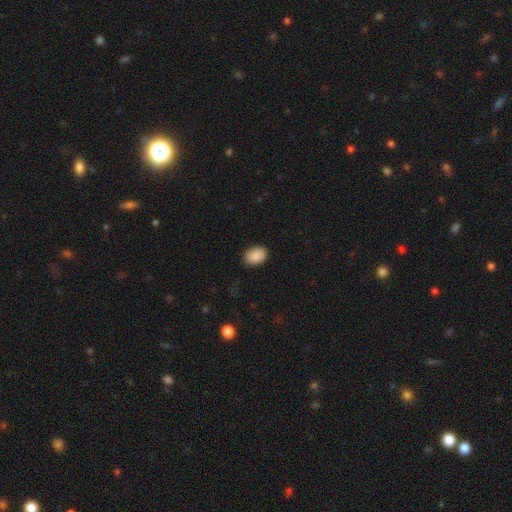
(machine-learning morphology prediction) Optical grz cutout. It shows a smooth galaxy with no disk features (89%) that is in between round and cigar-shaped (76%). Merging: none (86%).